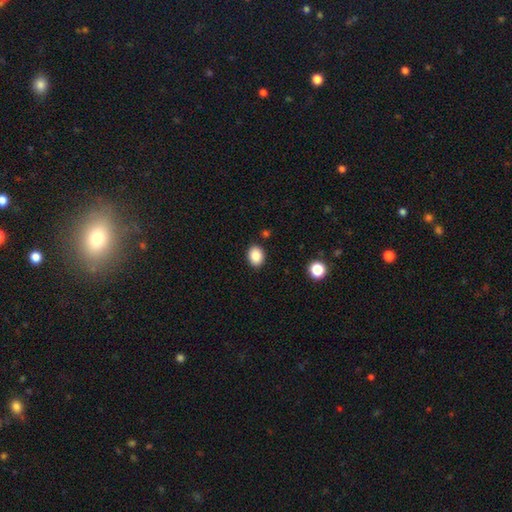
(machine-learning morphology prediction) Smooth or featured: smooth — 87% (star or artifact — 9%)
How rounded: in between — 56% (round — 43%)
Merging: none — 88% (minor disturbance — 8%)